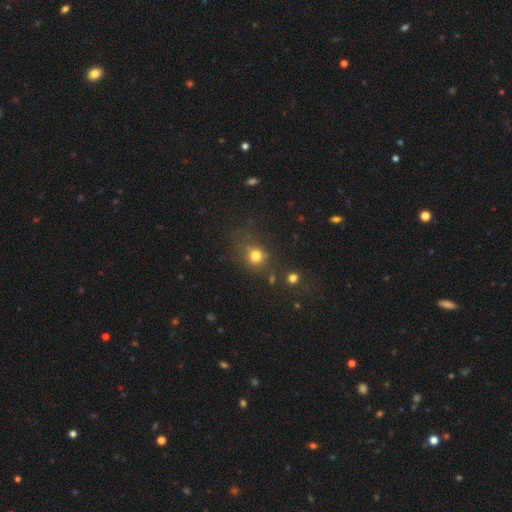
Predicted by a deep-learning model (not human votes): Smooth or featured? Predicted: smooth (p=0.75). How rounded? Predicted: round (p=0.73). Merging? Predicted: none (p=0.63).